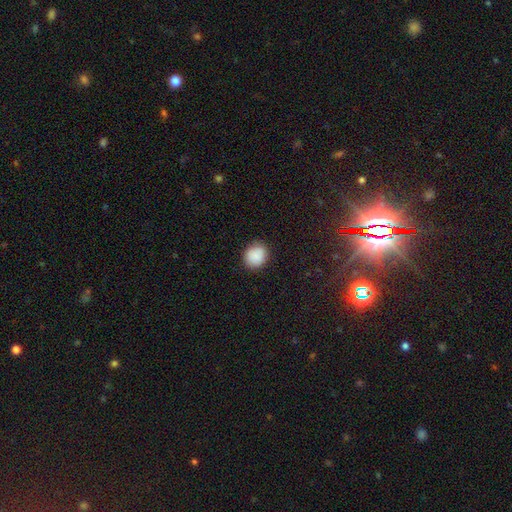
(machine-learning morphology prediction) smooth 88%, star or artifact 8%, featured or disk 4%. Down the decision tree: how rounded — round (72%); merging — none (85%).